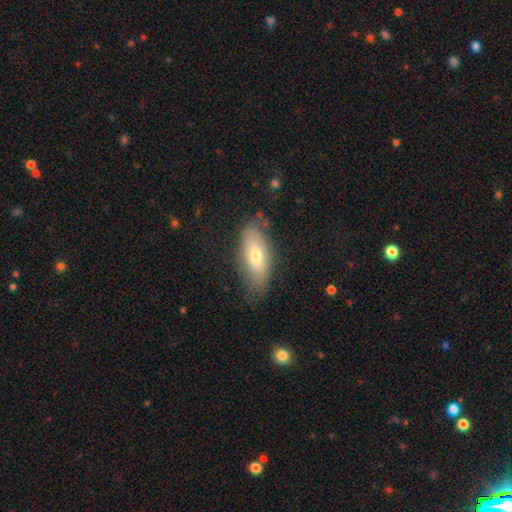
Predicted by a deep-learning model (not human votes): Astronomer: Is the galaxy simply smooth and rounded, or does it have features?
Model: smooth — 67%.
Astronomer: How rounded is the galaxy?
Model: in between — 81%.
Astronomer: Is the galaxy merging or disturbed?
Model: none — 68%.